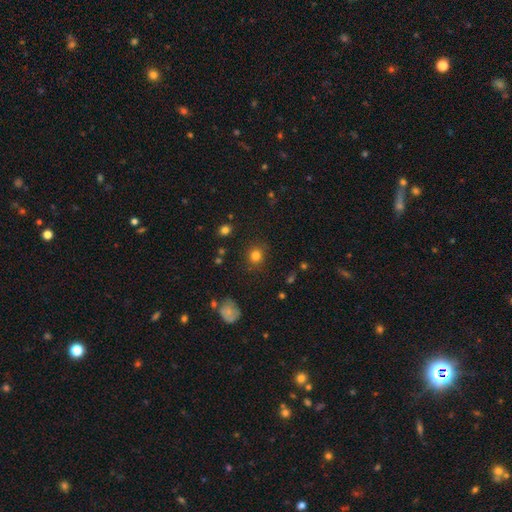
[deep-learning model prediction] A smooth galaxy with no disk features (80%) that is round (88%).

Vote fractions:
- Smooth or featured? smooth: 80% / star or artifact: 14% / featured or disk: 6%
- How rounded? round: 88% / in between: 12% / cigar-shaped: 1%
- Merging? none: 86% / minor disturbance: 9% / major disturbance: 3% / merger: 2%